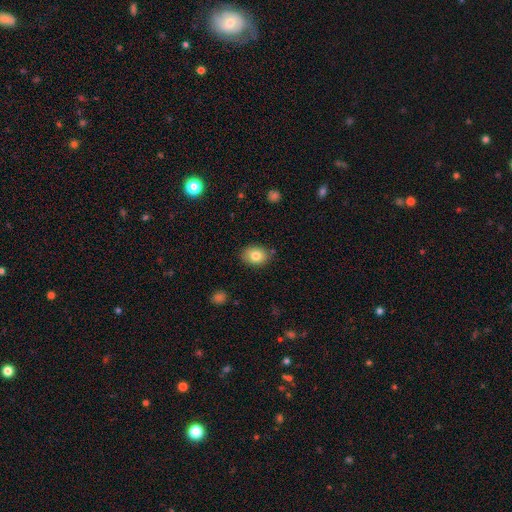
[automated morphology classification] Smooth or featured?
  - smooth: 81% *
  - featured or disk: 10%
  - star or artifact: 8%
How rounded?
  - in between: 64% *
  - round: 35%
  - cigar-shaped: 1%
Merging?
  - none: 83% *
  - minor disturbance: 12%
  - major disturbance: 2%
  - merger: 2%